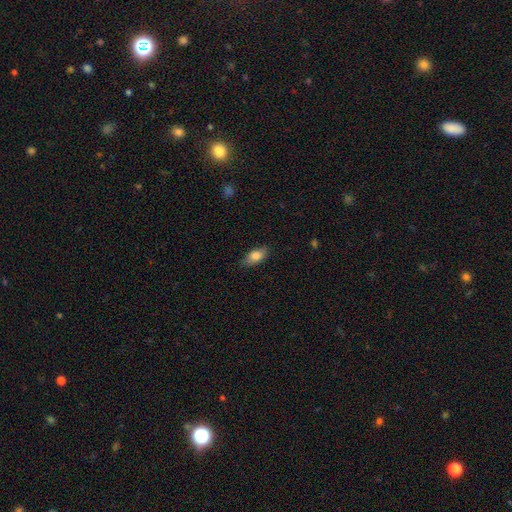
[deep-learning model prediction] Smooth or featured? smooth (79%)
How rounded? in between (86%)
Merging? none (81%)